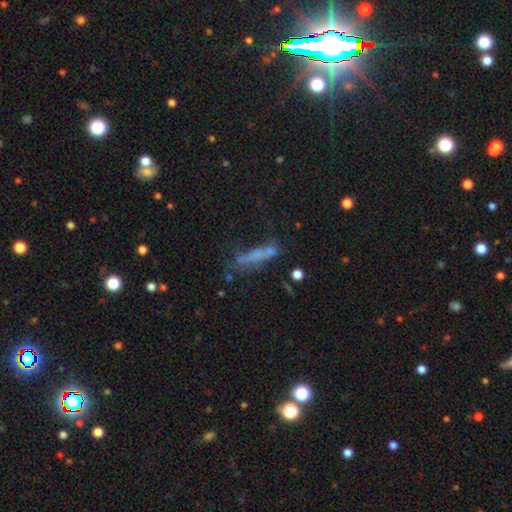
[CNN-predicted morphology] smooth-or-featured: smooth: 51% | featured or disk: 32% | star or artifact: 18%
  how-rounded: cigar-shaped: 76% | in between: 20% | round: 3%
  merging: none: 43% | major disturbance: 21% | minor disturbance: 21% | merger: 14%